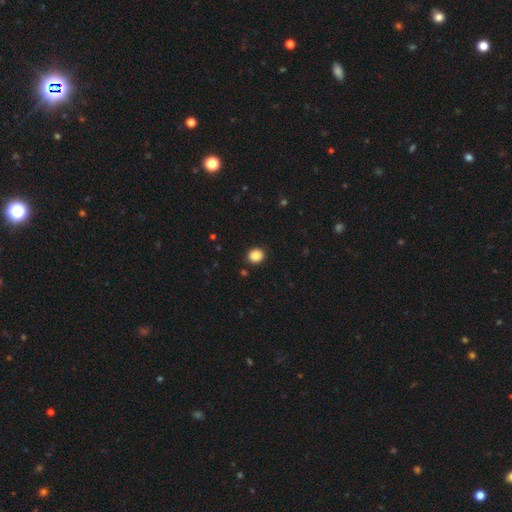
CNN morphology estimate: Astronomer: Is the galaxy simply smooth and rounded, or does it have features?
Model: smooth — 88%.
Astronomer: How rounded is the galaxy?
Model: round — 81%.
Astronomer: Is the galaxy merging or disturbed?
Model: none — 90%.